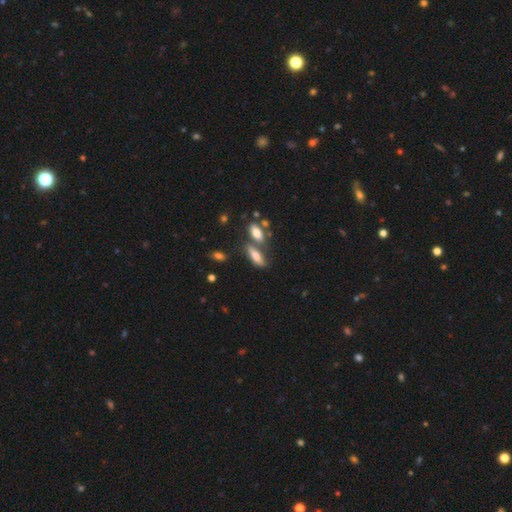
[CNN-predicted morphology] A smooth galaxy with no disk features (68%) that is in between round and cigar-shaped (58%).

Vote fractions:
- Smooth or featured? smooth: 68% / featured or disk: 23% / star or artifact: 9%
- How rounded? in between: 58% / cigar-shaped: 39% / round: 3%
- Merging? none: 54% / merger: 28% / minor disturbance: 14% / major disturbance: 5%